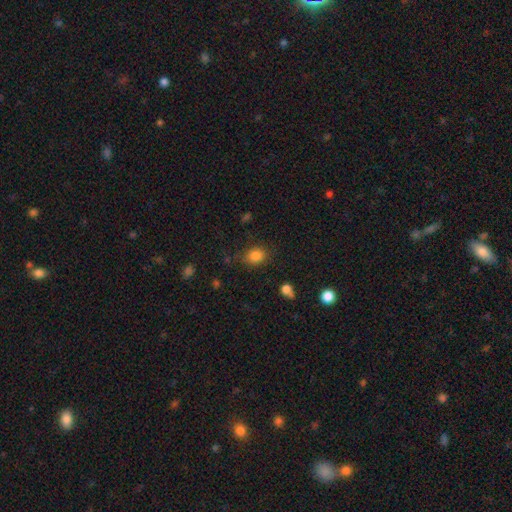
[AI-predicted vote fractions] The model was most divided on "how rounded": round: 51%, in between: 48%, cigar-shaped: 1%. More confident: smooth or featured — smooth (83%); merging — none (76%).